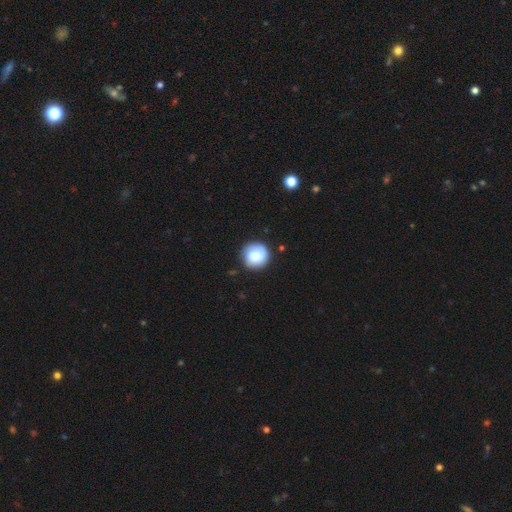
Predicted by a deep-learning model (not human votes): Smooth or featured? Predicted: smooth (p=0.78). How rounded? Predicted: round (p=0.94). Merging? Predicted: none (p=0.83).